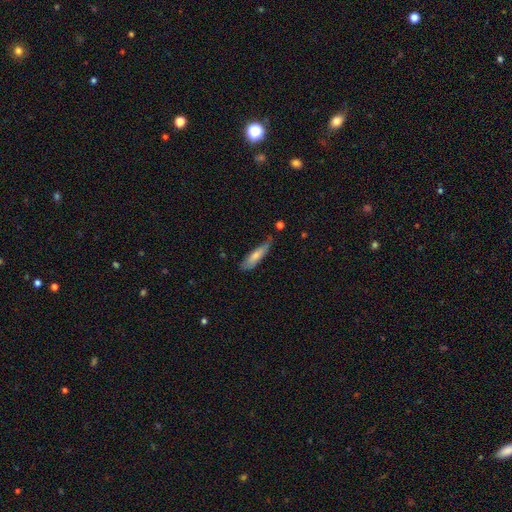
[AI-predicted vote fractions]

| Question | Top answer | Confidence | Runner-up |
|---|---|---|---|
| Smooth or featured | smooth | 73% | featured or disk (22%) |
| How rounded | cigar-shaped | 73% | in between (26%) |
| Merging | none | 52% | minor disturbance (35%) |